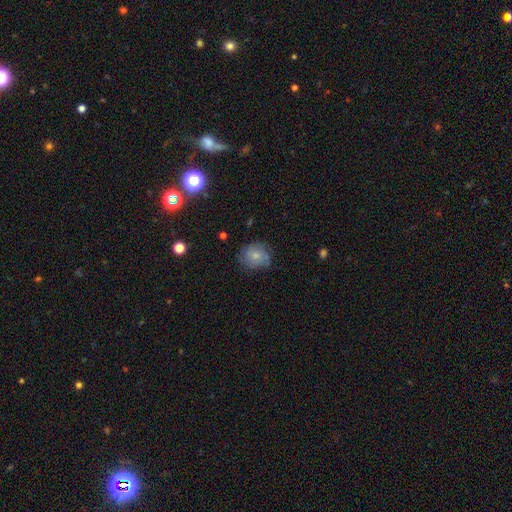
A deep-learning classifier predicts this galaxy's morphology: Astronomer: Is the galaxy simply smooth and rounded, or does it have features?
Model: smooth — 64%.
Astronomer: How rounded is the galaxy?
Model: round — 74%.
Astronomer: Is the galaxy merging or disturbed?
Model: none — 65%.